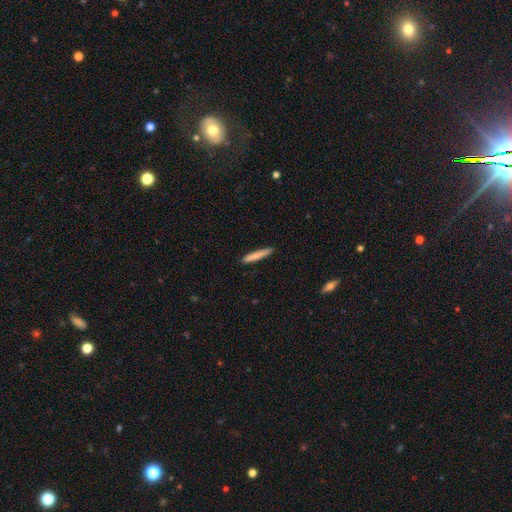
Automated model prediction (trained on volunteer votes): Q: Smooth or featured?
A: smooth (78%); runner-up: featured or disk (16%)
Q: How rounded?
A: cigar-shaped (95%); runner-up: in between (4%)
Q: Merging?
A: none (90%); runner-up: minor disturbance (8%)